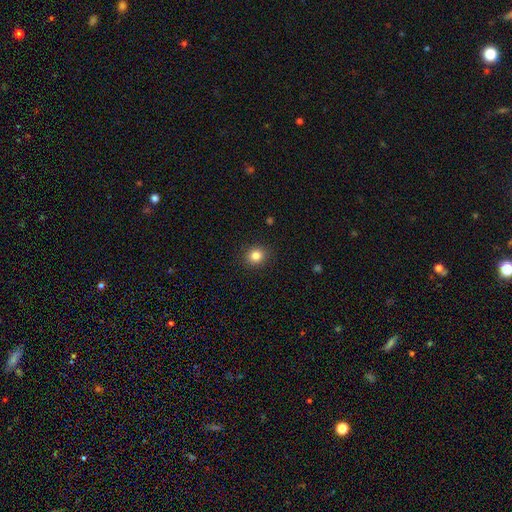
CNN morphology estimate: type=smooth (83%); roundness=round (86%); merging=none (91%).